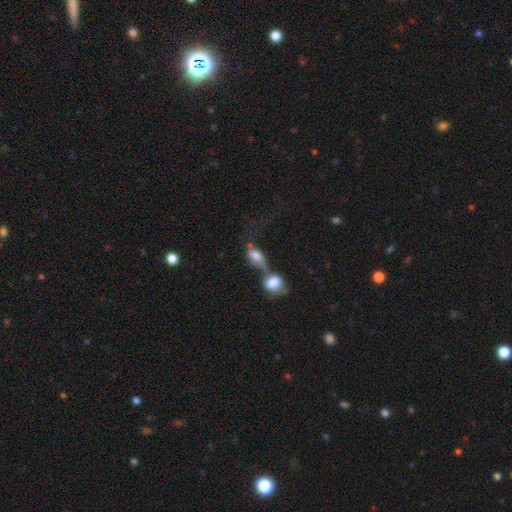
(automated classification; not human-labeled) A smooth galaxy with no disk features (66%) that is in between round and cigar-shaped (74%). Merging: merger (71%).